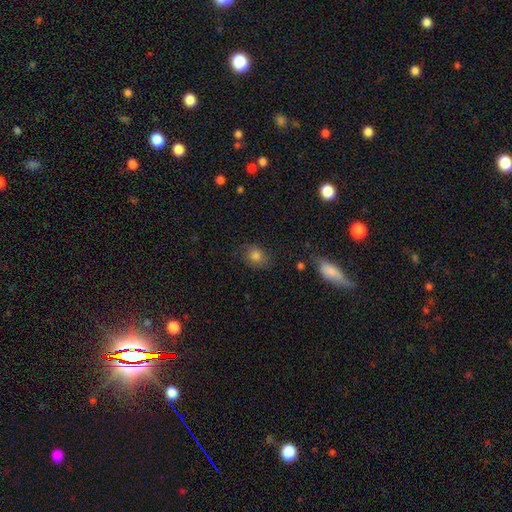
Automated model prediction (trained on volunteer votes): smooth 80%, star or artifact 12%, featured or disk 8%. Down the decision tree: how rounded — round (58%); merging — none (76%).